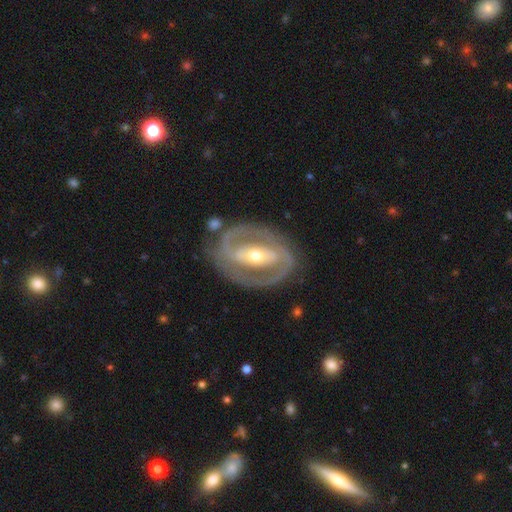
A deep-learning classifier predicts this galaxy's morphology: Overall: featured or disk (86%). Edge-on disk: no (95%). Bar: strong (58%; weak 24%). Spiral arms: yes (81%). Spiral arm count: 2 (84%). Spiral winding: tight (52%; medium 37%). Bulge size: moderate (57%; small 37%). Merging: none (79%).